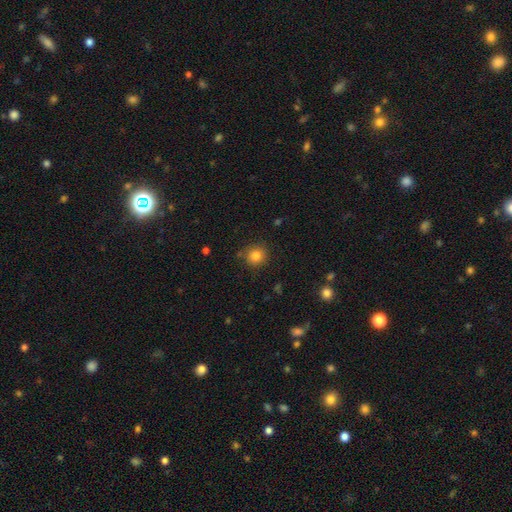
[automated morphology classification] smooth_or_featured: smooth (p=0.83) [alt: star or artifact p=0.11]
how_rounded: round (p=0.91) [alt: in between p=0.08]
merging: none (p=0.86) [alt: minor disturbance p=0.09]